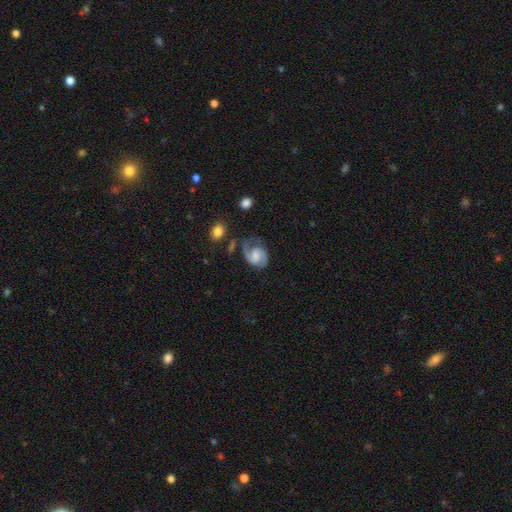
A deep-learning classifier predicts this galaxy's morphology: Smooth or featured: featured or disk — 83% (smooth — 12%)
Edge-on disk: no — 98% (yes — 2%)
Bar: weak — 45% (no — 44%)
Spiral arms: yes — 97% (no — 3%)
Spiral winding: medium — 55% (tight — 28%)
Spiral arm count: 2 — 87% (1 — 6%)
Bulge size: moderate — 31% (small — 28%)
Merging: none — 66% (minor disturbance — 20%)